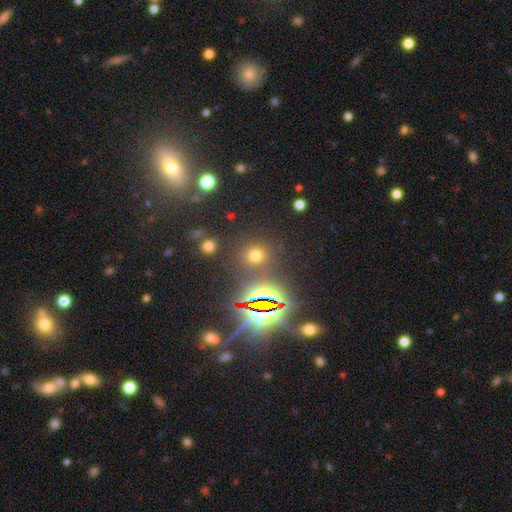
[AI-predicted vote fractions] Overall: smooth (57%; star or artifact 35%). How rounded: round (82%). Merging: none (79%).